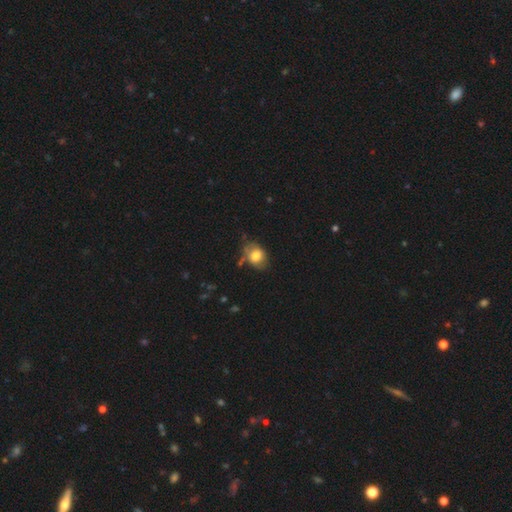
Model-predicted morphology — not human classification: Smooth or featured?
  - smooth: 73% *
  - featured or disk: 19%
  - star or artifact: 8%
How rounded?
  - in between: 68% *
  - round: 30%
  - cigar-shaped: 1%
Merging?
  - none: 53% *
  - minor disturbance: 30%
  - major disturbance: 10%
  - merger: 6%